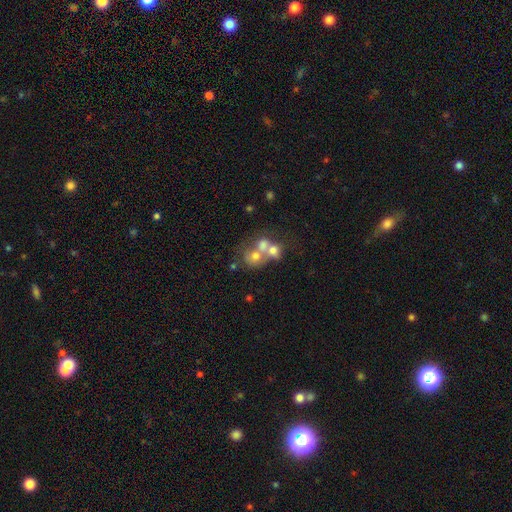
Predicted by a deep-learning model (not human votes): Morphology: type=smooth (51%); roundness=round (70%); merging=merger (62%).